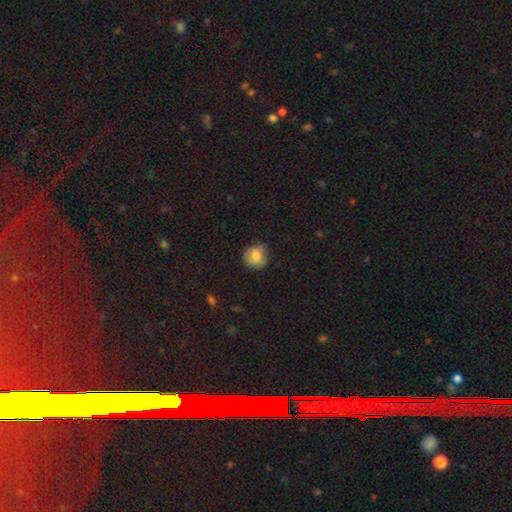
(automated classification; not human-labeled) A smooth galaxy with no disk features (79%) that is round (83%).

Vote fractions:
- Smooth or featured? smooth: 79% / featured or disk: 13% / star or artifact: 9%
- How rounded? round: 83% / in between: 16% / cigar-shaped: 1%
- Merging? none: 74% / minor disturbance: 20% / major disturbance: 5% / merger: 1%